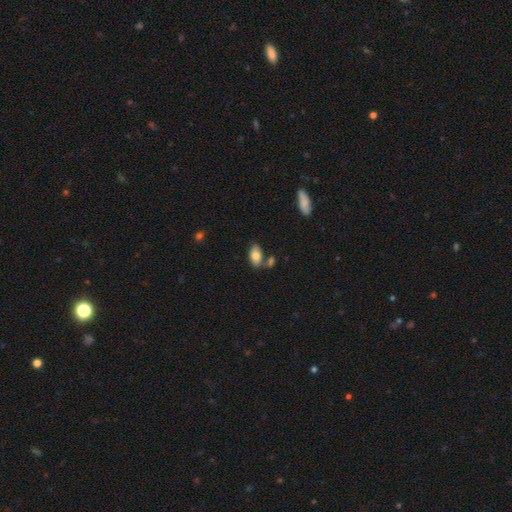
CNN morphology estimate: Overall: smooth (79%). How rounded: in between (93%). Merging: none (61%).